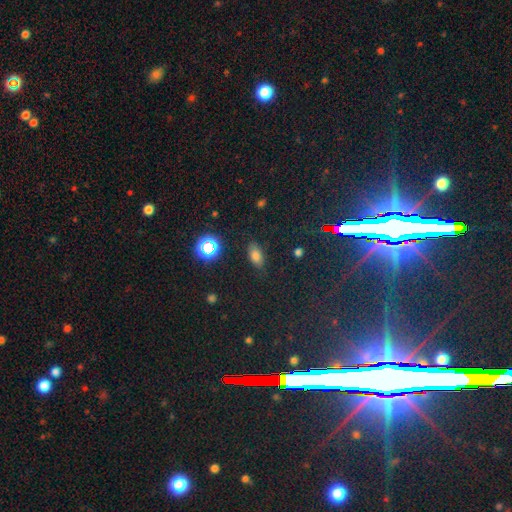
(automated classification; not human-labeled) smooth_or_featured: smooth (p=0.71) [alt: star or artifact p=0.20]
how_rounded: in between (p=0.85) [alt: cigar-shaped p=0.08]
merging: none (p=0.85) [alt: minor disturbance p=0.10]